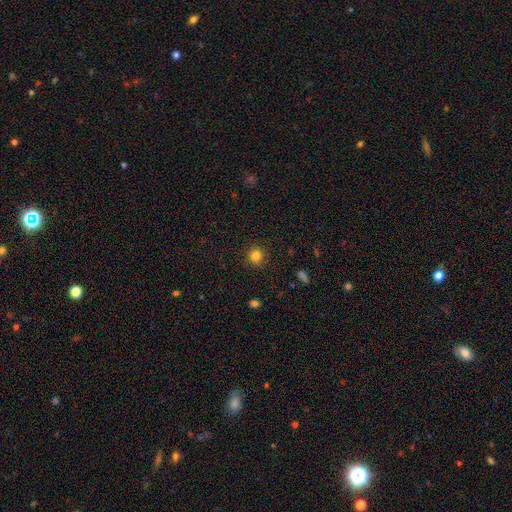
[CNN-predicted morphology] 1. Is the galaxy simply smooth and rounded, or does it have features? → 82% smooth, 13% star or artifact, 5% featured or disk.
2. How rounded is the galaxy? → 92% round, 7% in between, 1% cigar-shaped.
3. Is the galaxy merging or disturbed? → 89% none, 7% minor disturbance, 2% major disturbance, 1% merger.